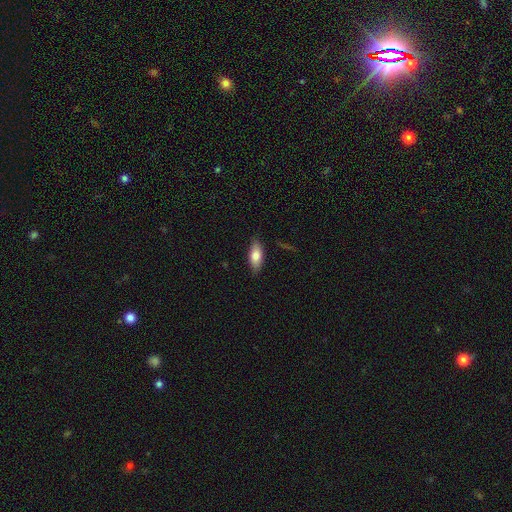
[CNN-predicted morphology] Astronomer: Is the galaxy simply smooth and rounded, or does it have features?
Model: smooth — 77%.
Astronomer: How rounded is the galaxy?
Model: in between — 82%.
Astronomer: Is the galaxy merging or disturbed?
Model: none — 85%.